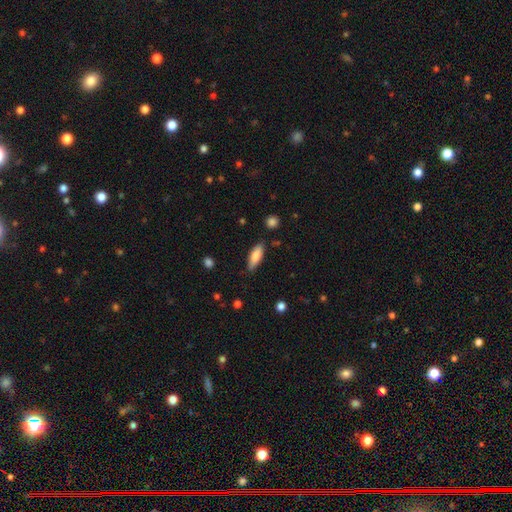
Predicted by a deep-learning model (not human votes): smooth 80%, featured or disk 14%, star or artifact 6%. Down the decision tree: how rounded — in between (61%); merging — none (81%).